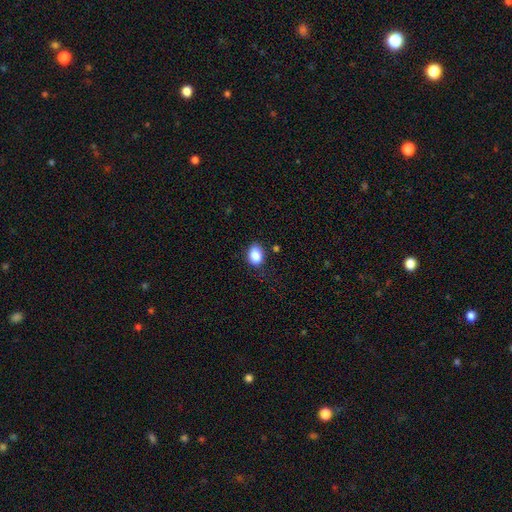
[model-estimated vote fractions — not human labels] This is clearly a smooth galaxy (87%). How rounded: likely in between (74%). Merging: likely none (75%).